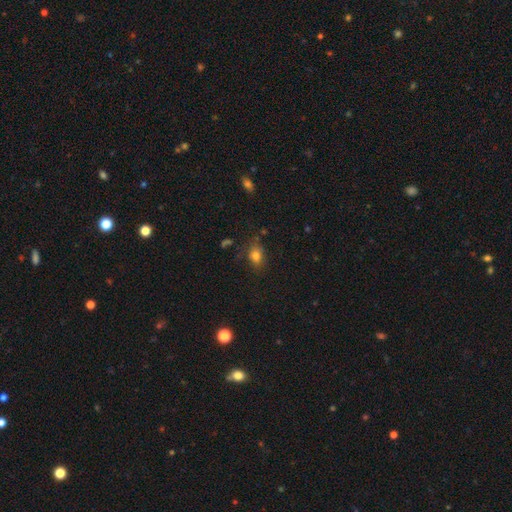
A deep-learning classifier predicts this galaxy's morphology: Q: Smooth or featured?
A: smooth (77%); runner-up: star or artifact (13%)
Q: How rounded?
A: in between (71%); runner-up: round (27%)
Q: Merging?
A: none (70%); runner-up: minor disturbance (20%)